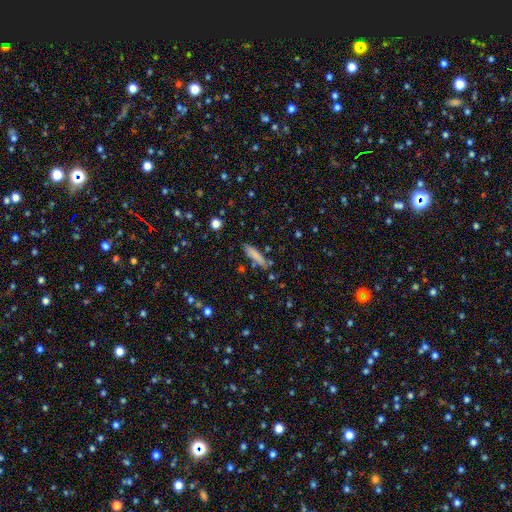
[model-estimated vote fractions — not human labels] smooth_or_featured: smooth (p=0.81) [alt: featured or disk p=0.11]
how_rounded: cigar-shaped (p=0.79) [alt: in between p=0.20]
merging: none (p=0.79) [alt: minor disturbance p=0.14]